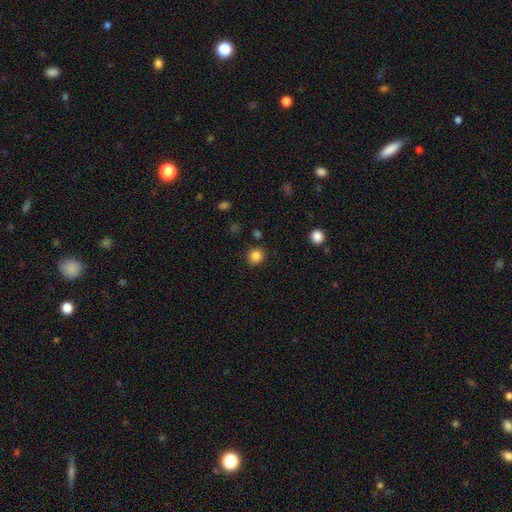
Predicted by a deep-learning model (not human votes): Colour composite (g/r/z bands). It shows a smooth galaxy with no disk features (85%) that is round (88%). Merging: none (88%).